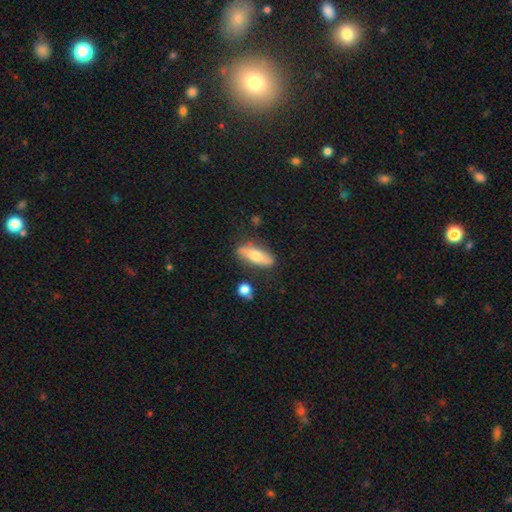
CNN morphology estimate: Smooth or featured? Predicted: smooth (p=0.60). How rounded? Predicted: in between (p=0.60). Merging? Predicted: none (p=0.78).